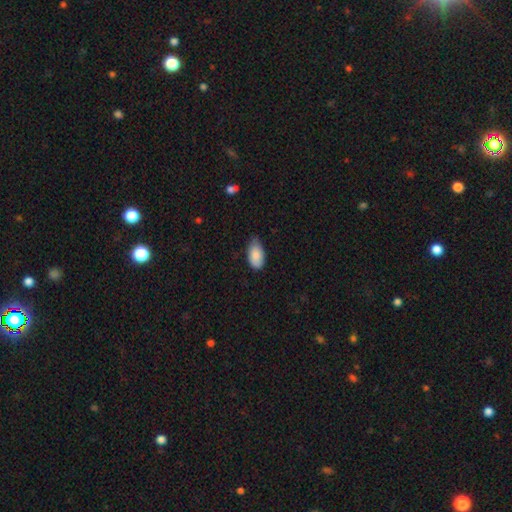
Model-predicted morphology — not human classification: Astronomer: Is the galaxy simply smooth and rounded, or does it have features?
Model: smooth — 86%.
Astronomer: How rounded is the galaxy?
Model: in between — 94%.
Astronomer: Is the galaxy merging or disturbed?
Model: none — 55% (runner-up: minor disturbance, 39%).